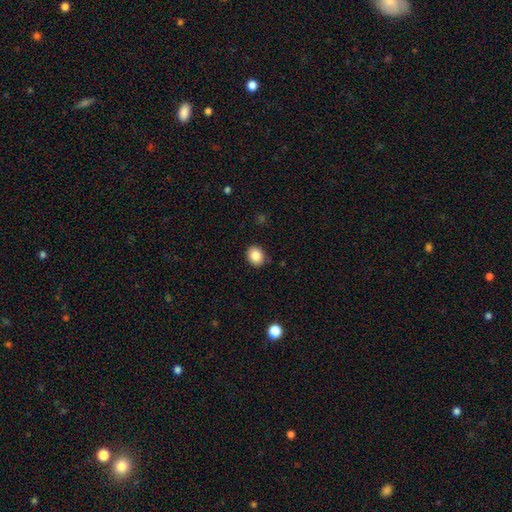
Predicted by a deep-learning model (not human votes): smooth 85%, star or artifact 9%, featured or disk 6%. Down the decision tree: how rounded — round (56%); merging — none (86%).